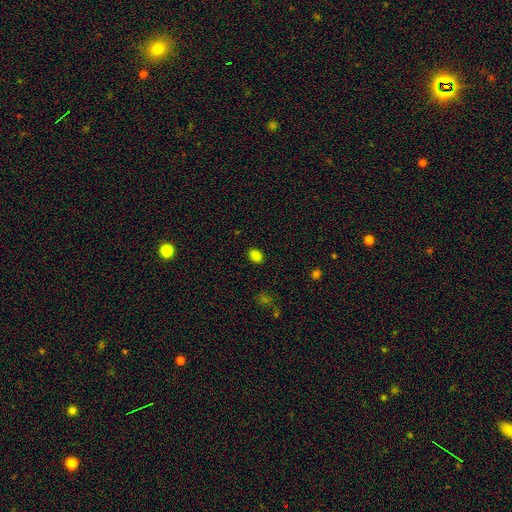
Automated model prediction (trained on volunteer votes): Smooth or featured? smooth (84%)
How rounded? in between (76%)
Merging? none (88%)